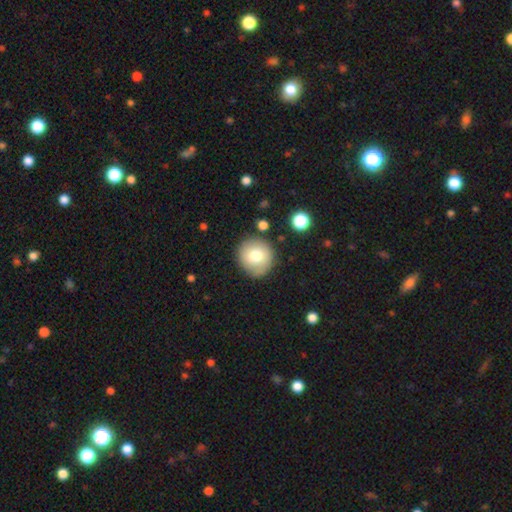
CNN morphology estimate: A smooth galaxy with no disk features (76%) that is round (91%).

Vote fractions:
- Smooth or featured? smooth: 76% / featured or disk: 15% / star or artifact: 9%
- How rounded? round: 91% / in between: 8% / cigar-shaped: 1%
- Merging? none: 85% / minor disturbance: 10% / merger: 3% / major disturbance: 3%